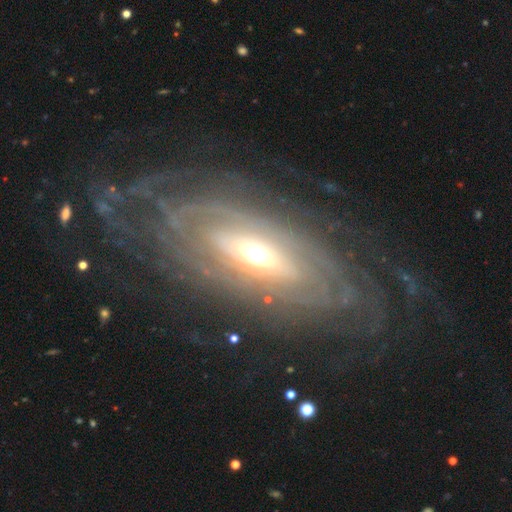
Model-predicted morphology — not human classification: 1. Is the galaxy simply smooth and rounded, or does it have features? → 86% featured or disk, 9% smooth, 6% star or artifact.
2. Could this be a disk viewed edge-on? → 85% no, 15% yes.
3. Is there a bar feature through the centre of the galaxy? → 60% no, 23% weak, 17% strong.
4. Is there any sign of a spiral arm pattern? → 84% yes, 16% no.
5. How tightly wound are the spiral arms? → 74% tight, 18% medium, 8% loose.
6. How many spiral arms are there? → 48% can't tell, 14% more than 4, 13% 2, 10% 3, 9% 4, 6% 1.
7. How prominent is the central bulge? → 65% moderate, 20% small, 12% large, 2% dominant, 1% none.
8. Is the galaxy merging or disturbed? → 72% none, 15% minor disturbance, 11% major disturbance, 2% merger.